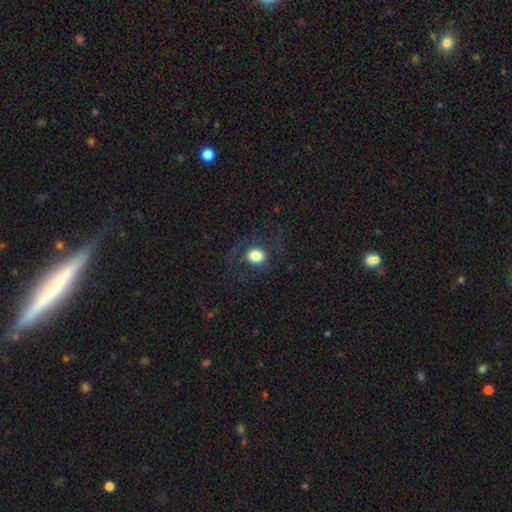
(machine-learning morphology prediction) This appears to be a smooth galaxy with no disk features (73%) that is round (70%). Merging: none (76%).